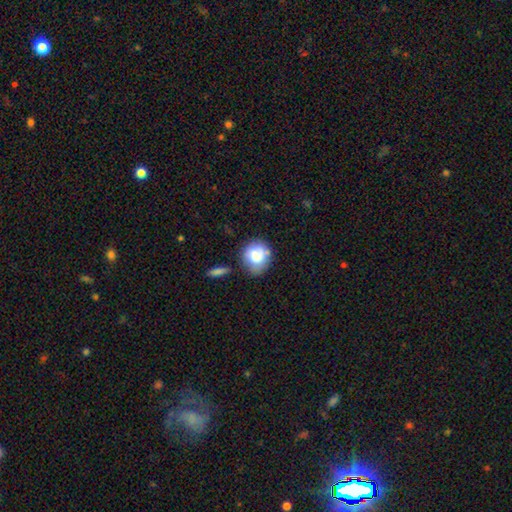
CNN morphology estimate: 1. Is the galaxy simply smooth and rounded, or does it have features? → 77% smooth, 15% featured or disk, 8% star or artifact.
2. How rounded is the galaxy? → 76% round, 23% in between, 1% cigar-shaped.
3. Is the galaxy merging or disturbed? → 64% none, 21% minor disturbance, 9% merger, 6% major disturbance.